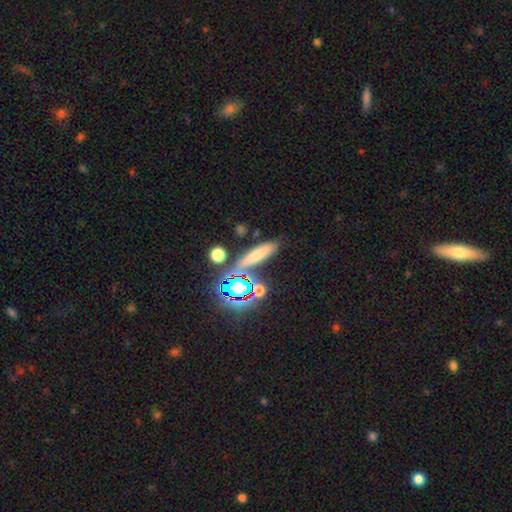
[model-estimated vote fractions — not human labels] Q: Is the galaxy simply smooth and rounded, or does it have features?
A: smooth — 61%.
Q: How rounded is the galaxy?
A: cigar-shaped — 67%.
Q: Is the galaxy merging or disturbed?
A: none — 68%.